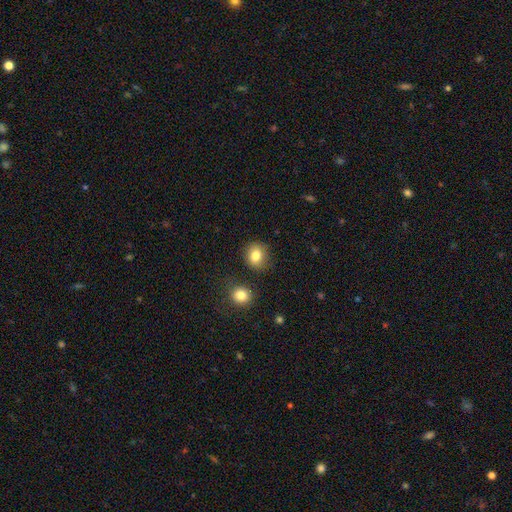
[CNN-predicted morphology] Q: Smooth or featured?
A: smooth (83%); runner-up: star or artifact (10%)
Q: How rounded?
A: round (71%); runner-up: in between (28%)
Q: Merging?
A: none (81%); runner-up: minor disturbance (12%)